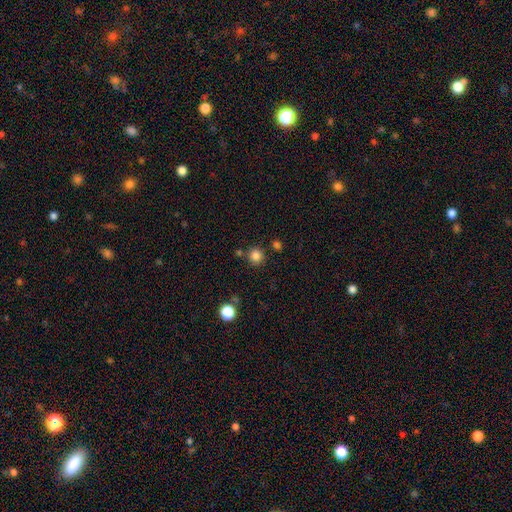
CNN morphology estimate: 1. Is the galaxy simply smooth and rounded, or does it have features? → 83% smooth, 13% star or artifact, 4% featured or disk.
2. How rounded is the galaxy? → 94% round, 6% in between, 1% cigar-shaped.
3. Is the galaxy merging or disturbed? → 82% none, 8% minor disturbance, 7% merger, 3% major disturbance.